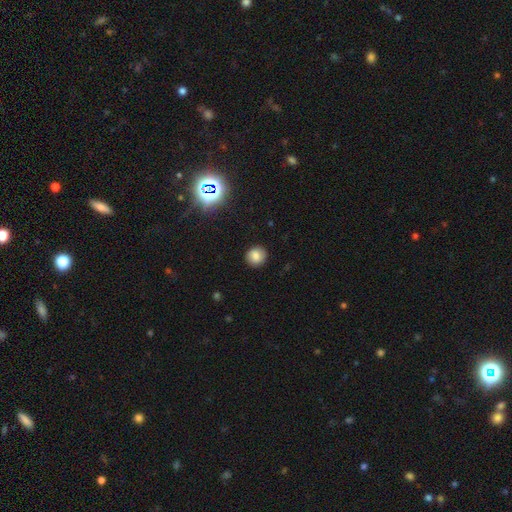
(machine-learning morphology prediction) Smooth or featured? smooth (79%)
How rounded? round (88%)
Merging? none (89%)